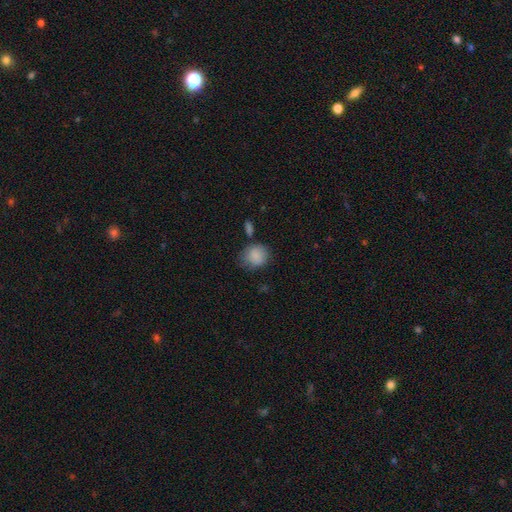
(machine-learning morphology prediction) type=smooth (86%); roundness=round (75%); merging=none (64%).